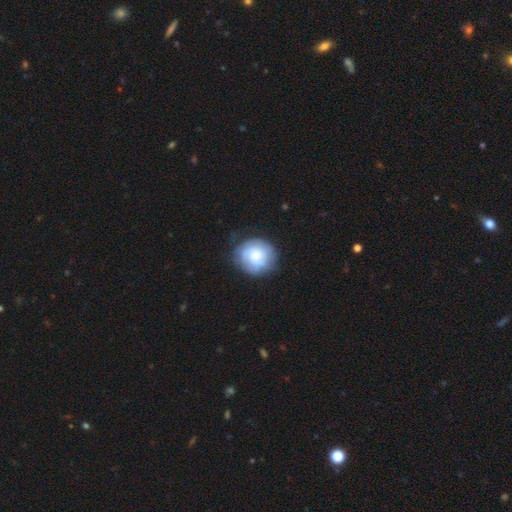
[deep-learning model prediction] Q: Smooth or featured?
A: smooth (55%); runner-up: featured or disk (38%)
Q: How rounded?
A: round (86%); runner-up: in between (13%)
Q: Merging?
A: none (70%); runner-up: minor disturbance (20%)